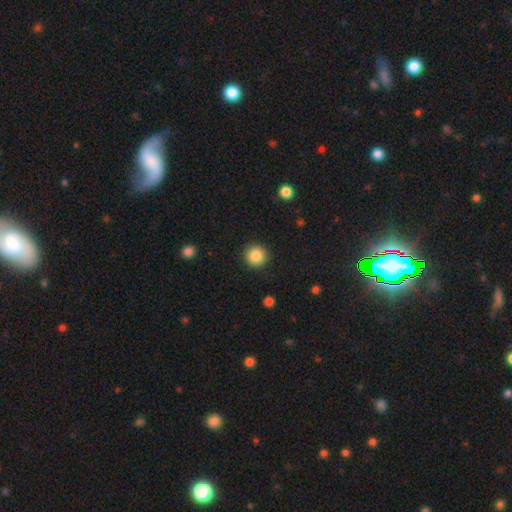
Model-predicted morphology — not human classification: smooth-or-featured: smooth: 87% | star or artifact: 9% | featured or disk: 4%
  how-rounded: round: 95% | in between: 4% | cigar-shaped: 1%
  merging: none: 92% | minor disturbance: 5% | major disturbance: 2% | merger: 1%